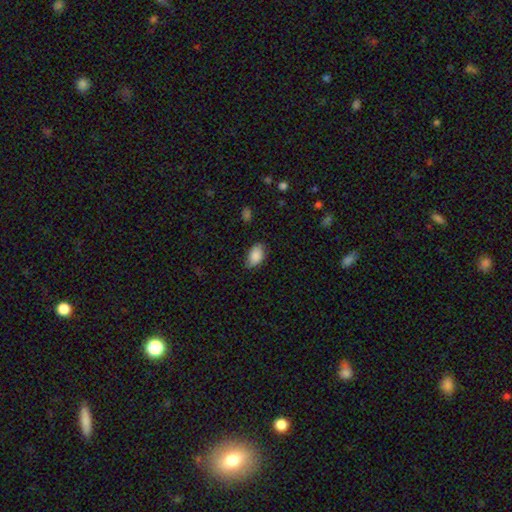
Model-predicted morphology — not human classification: This is clearly a smooth galaxy (84%). How rounded: clearly in between (91%). Merging: likely none (73%).